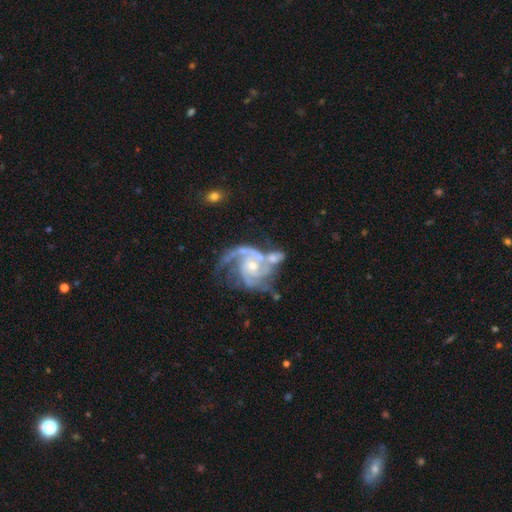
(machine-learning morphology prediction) smooth_or_featured: featured or disk (p=0.91) [alt: star or artifact p=0.05]
disk_edge_on: no (p=0.98) [alt: yes p=0.02]
bar: no (p=0.68) [alt: weak p=0.25]
has_spiral_arms: yes (p=0.98) [alt: no p=0.02]
spiral_winding: medium (p=0.46) [alt: tight p=0.41]
spiral_arm_count: 2 (p=0.39) [alt: 3 p=0.32]
bulge_size: small (p=0.52) [alt: moderate p=0.43]
merging: none (p=0.33) [alt: merger p=0.30]